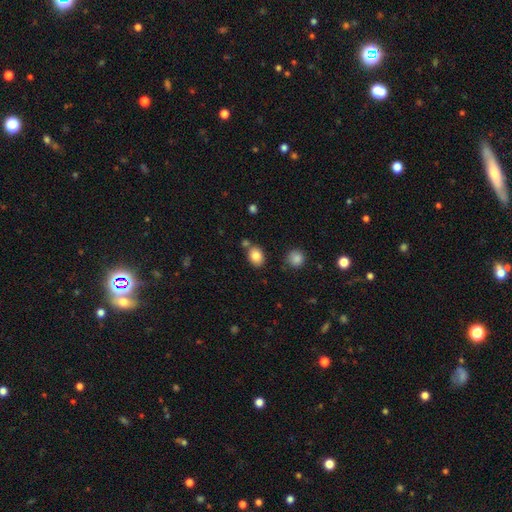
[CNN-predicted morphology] type=smooth (84%); roundness=in between (61%); merging=none (72%).